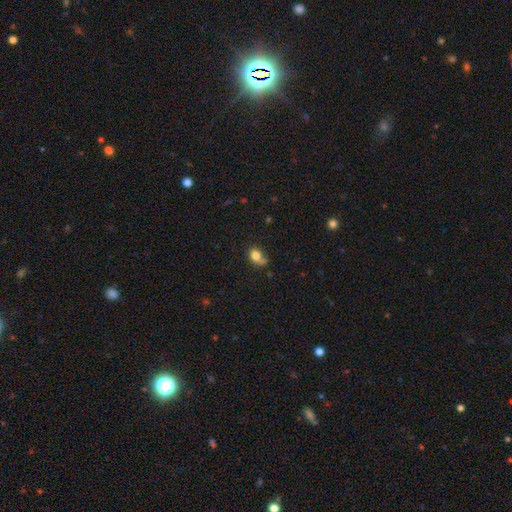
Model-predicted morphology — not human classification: Overall: smooth (79%). How rounded: in between (54%; round 44%). Merging: none (44%; minor disturbance 27%).